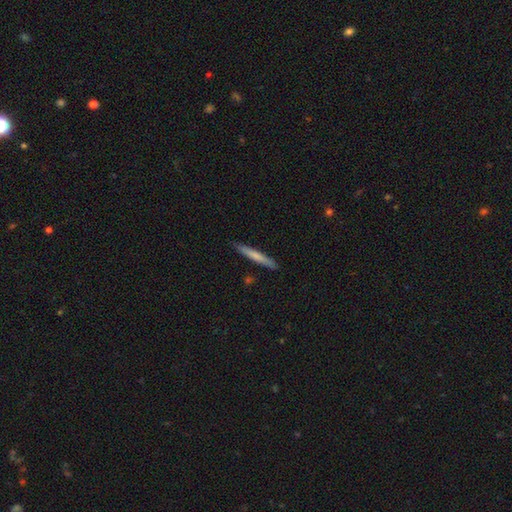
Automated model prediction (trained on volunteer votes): Smooth or featured? Predicted: smooth (p=0.66). How rounded? Predicted: cigar-shaped (p=0.96). Merging? Predicted: none (p=0.90).